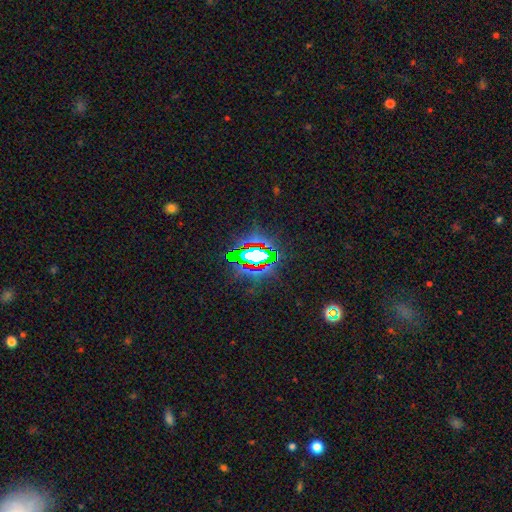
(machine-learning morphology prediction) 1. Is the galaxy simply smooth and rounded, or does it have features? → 71% star or artifact, 16% smooth, 14% featured or disk.